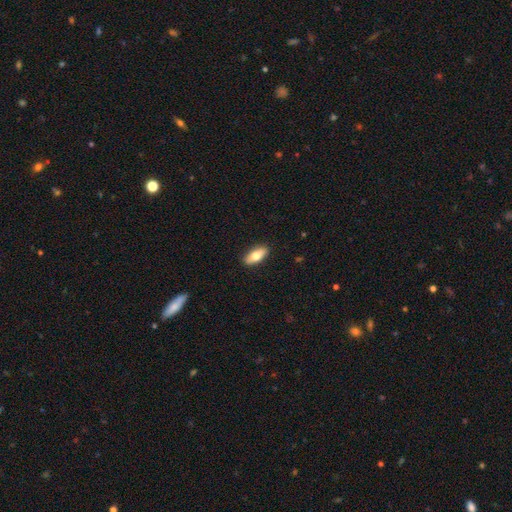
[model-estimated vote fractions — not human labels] A smooth galaxy with no disk features (69%) that is in between round and cigar-shaped (78%).

Vote fractions:
- Smooth or featured? smooth: 69% / featured or disk: 25% / star or artifact: 6%
- How rounded? in between: 78% / cigar-shaped: 19% / round: 3%
- Merging? none: 90% / minor disturbance: 8% / major disturbance: 2% / merger: 1%